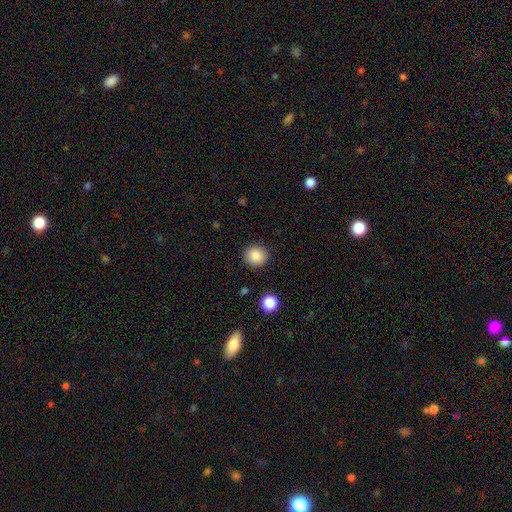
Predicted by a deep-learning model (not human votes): The model was most divided on "smooth or featured": smooth: 86%, star or artifact: 10%, featured or disk: 4%. More confident: merging — none (91%); how rounded — round (89%).